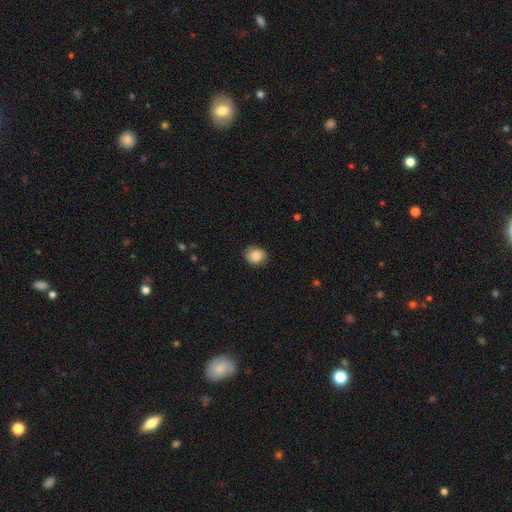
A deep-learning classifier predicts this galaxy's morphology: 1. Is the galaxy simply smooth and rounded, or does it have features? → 82% smooth, 9% featured or disk, 8% star or artifact.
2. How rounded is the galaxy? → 69% round, 31% in between, 1% cigar-shaped.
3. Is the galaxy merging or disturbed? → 80% none, 16% minor disturbance, 4% major disturbance, 1% merger.